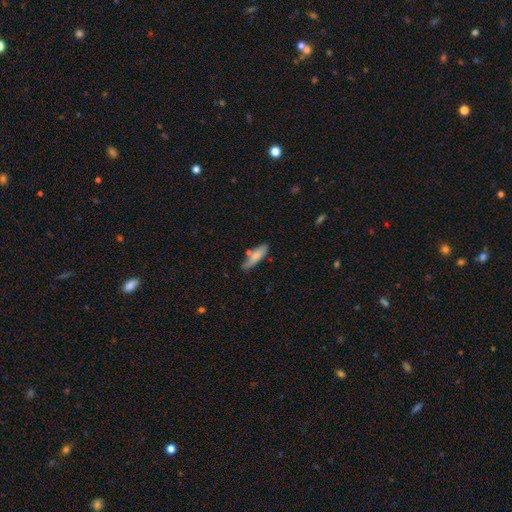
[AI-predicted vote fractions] Overall: smooth (78%). How rounded: cigar-shaped (60%; in between 38%). Merging: none (64%).